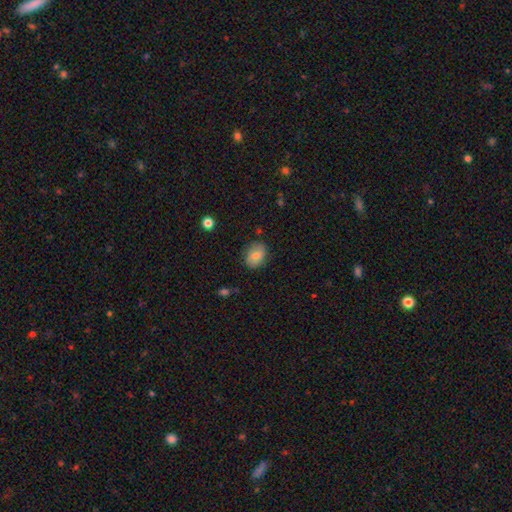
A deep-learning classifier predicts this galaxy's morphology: Q: Smooth or featured?
A: smooth (75%); runner-up: featured or disk (17%)
Q: How rounded?
A: in between (61%); runner-up: round (38%)
Q: Merging?
A: none (82%); runner-up: minor disturbance (14%)